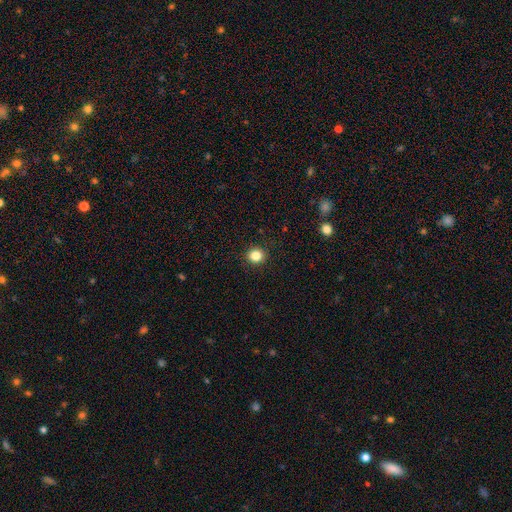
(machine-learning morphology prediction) Smooth or featured? Predicted: smooth (p=0.84). How rounded? Predicted: round (p=0.89). Merging? Predicted: none (p=0.92).